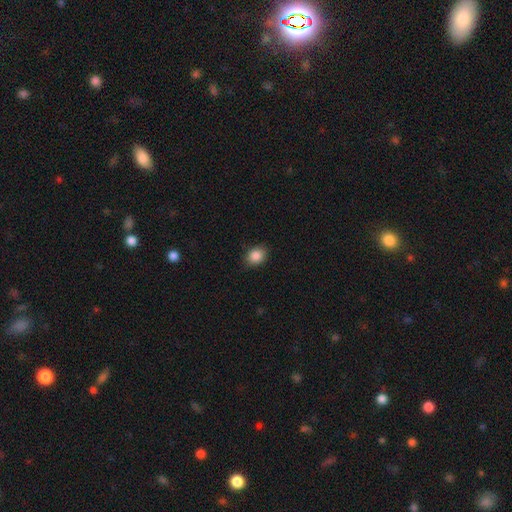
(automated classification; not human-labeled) smooth 87%, star or artifact 9%, featured or disk 4%. Down the decision tree: how rounded — in between (59%); merging — none (85%).